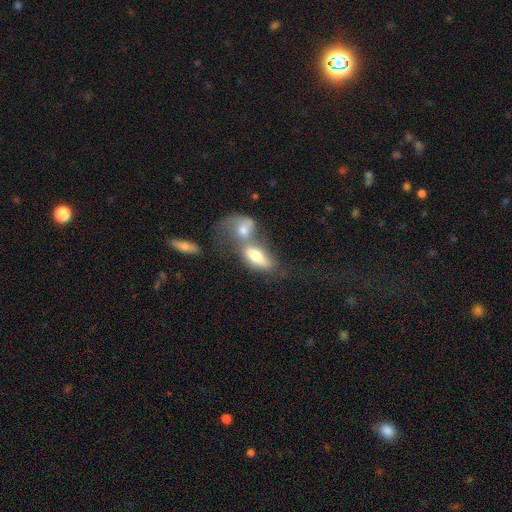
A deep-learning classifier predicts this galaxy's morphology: This is likely a smooth galaxy (68%). How rounded: clearly in between (83%). Merging: likely merger (71%).